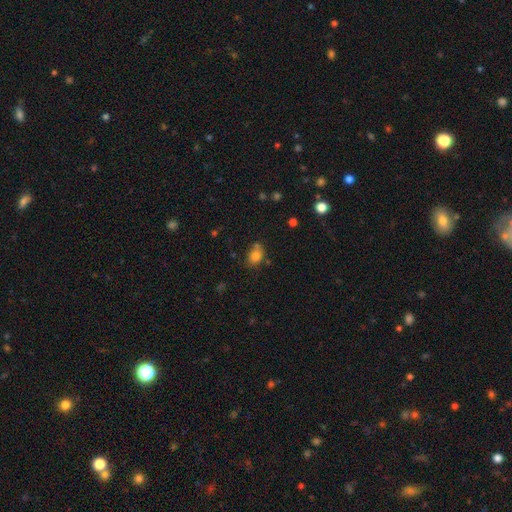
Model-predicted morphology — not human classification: Q: Smooth or featured?
A: smooth (79%); runner-up: star or artifact (12%)
Q: How rounded?
A: in between (56%); runner-up: round (43%)
Q: Merging?
A: none (58%); runner-up: minor disturbance (21%)